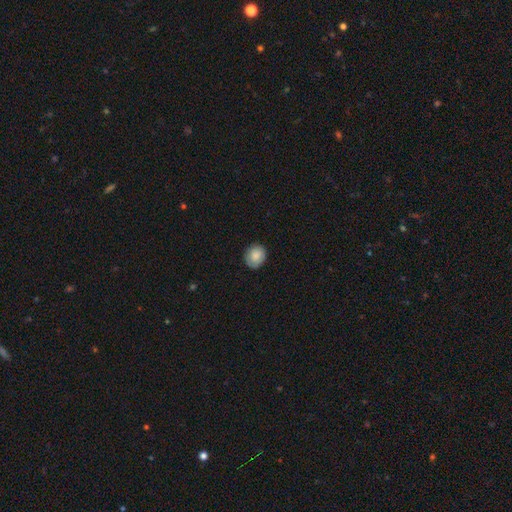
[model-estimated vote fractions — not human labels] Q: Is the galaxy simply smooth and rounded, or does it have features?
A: smooth — 84%.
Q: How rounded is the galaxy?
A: round — 72%.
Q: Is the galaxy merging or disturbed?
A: none — 83%.